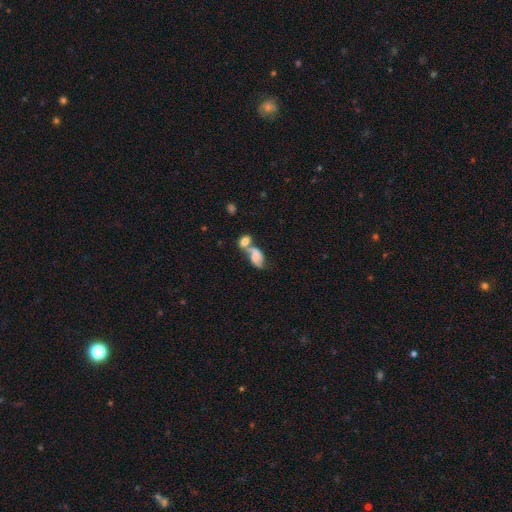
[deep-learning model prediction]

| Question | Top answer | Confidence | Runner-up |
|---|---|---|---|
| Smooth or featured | smooth | 51% | featured or disk (40%) |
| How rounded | in between | 86% | round (10%) |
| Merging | merger | 59% | none (19%) |